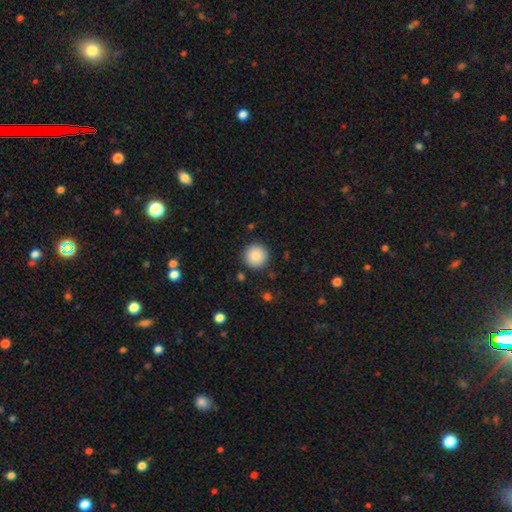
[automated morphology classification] Q: Smooth or featured?
A: smooth (87%); runner-up: star or artifact (9%)
Q: How rounded?
A: round (96%); runner-up: in between (3%)
Q: Merging?
A: none (91%); runner-up: minor disturbance (6%)